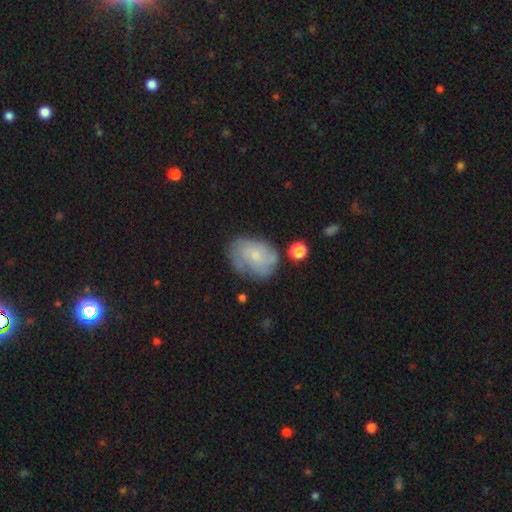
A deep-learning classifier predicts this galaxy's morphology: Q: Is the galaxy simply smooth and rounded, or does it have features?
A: smooth — 50%.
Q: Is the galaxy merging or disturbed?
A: none — 56%.